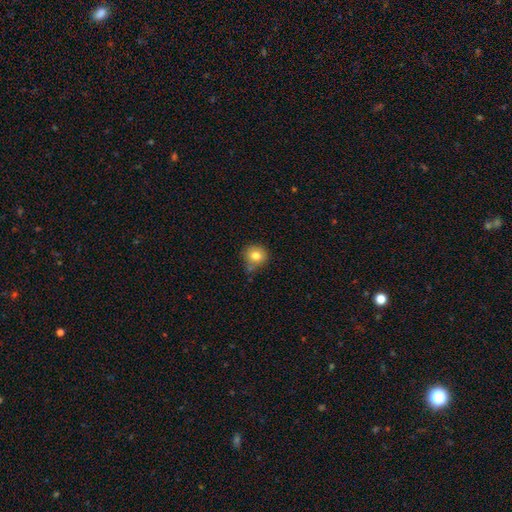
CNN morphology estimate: This is likely a smooth galaxy (79%). How rounded: clearly round (86%). Merging: likely none (66%).